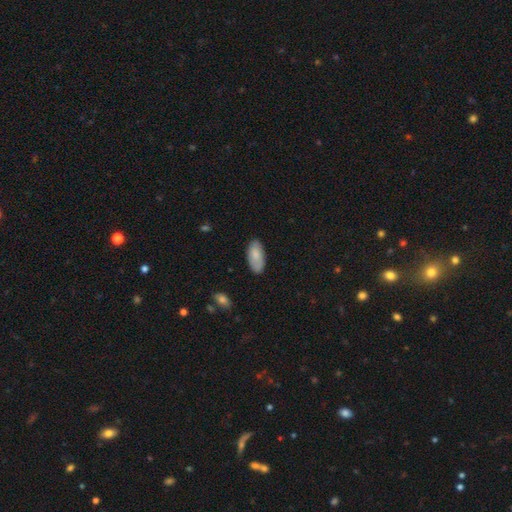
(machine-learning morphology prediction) smooth-or-featured: smooth: 84% | featured or disk: 10% | star or artifact: 6%
  how-rounded: in between: 93% | cigar-shaped: 5% | round: 2%
  merging: none: 82% | minor disturbance: 14% | major disturbance: 3% | merger: 1%